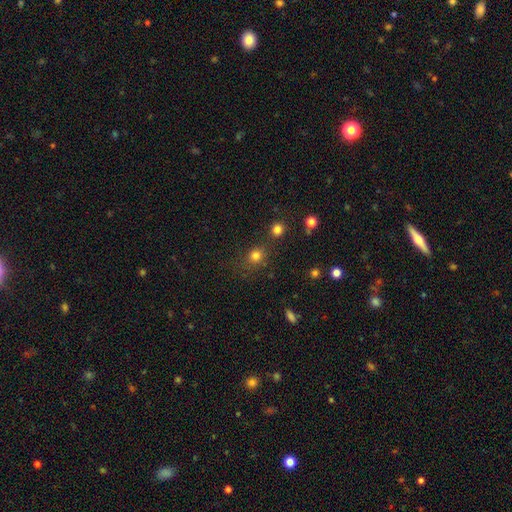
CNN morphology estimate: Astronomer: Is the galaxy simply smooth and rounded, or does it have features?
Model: smooth — 78%.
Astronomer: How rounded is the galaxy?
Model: round — 80%.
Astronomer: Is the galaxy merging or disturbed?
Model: none — 71%.